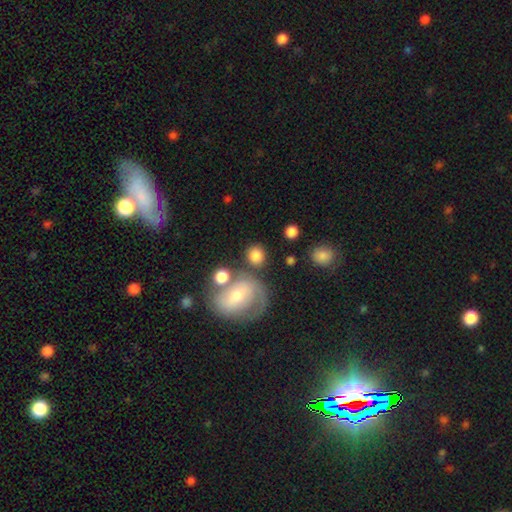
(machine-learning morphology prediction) smooth_or_featured: smooth (p=0.77) [alt: featured or disk p=0.14]
how_rounded: round (p=0.79) [alt: in between p=0.20]
merging: none (p=0.68) [alt: minor disturbance p=0.13]